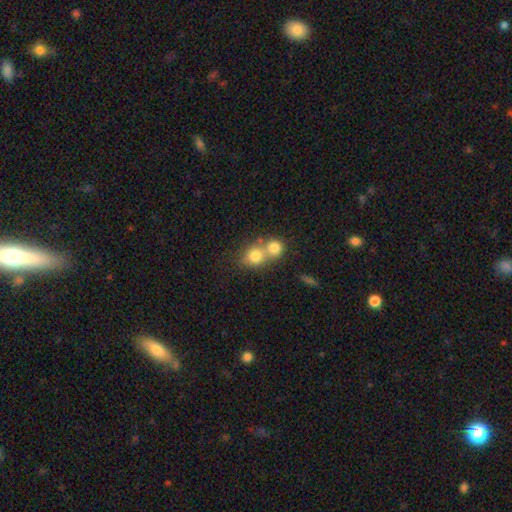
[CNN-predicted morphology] smooth 76%, featured or disk 13%, star or artifact 11%. Down the decision tree: how rounded — round (78%); merging — merger (60%).